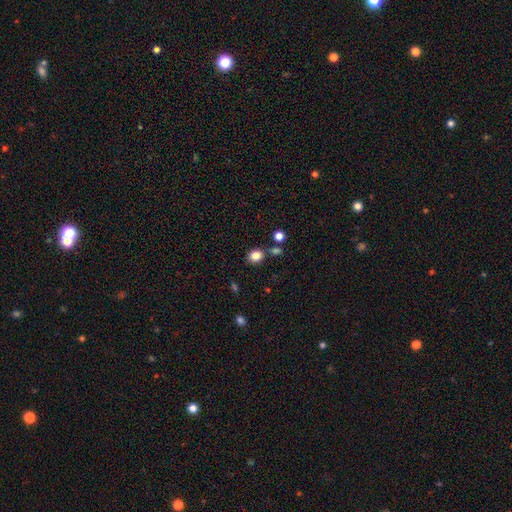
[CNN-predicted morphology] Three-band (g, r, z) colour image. It shows a smooth galaxy with no disk features (84%) that is round (65%). Merging: none (75%).